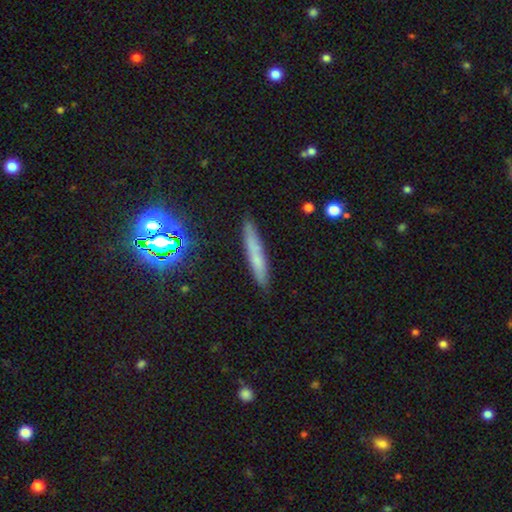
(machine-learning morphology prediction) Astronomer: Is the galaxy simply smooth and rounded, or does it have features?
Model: smooth — 59%.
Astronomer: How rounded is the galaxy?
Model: cigar-shaped — 92%.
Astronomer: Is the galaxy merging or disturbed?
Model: none — 86%.